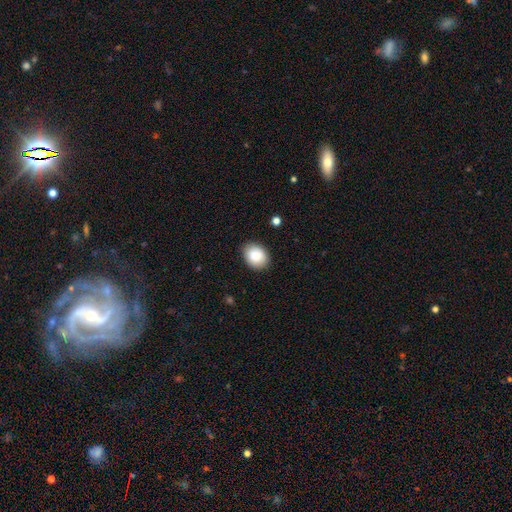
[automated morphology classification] Smooth or featured: smooth — 88% (star or artifact — 7%)
How rounded: in between — 59% (round — 40%)
Merging: none — 87% (minor disturbance — 10%)